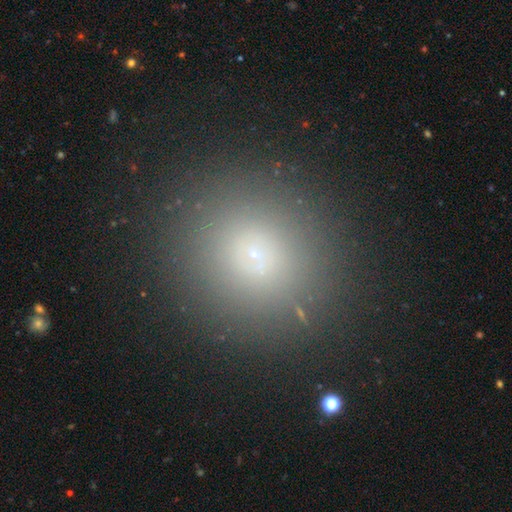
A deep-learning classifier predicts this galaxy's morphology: A smooth galaxy with no disk features (67%) that is round (87%). Merging: none (87%).